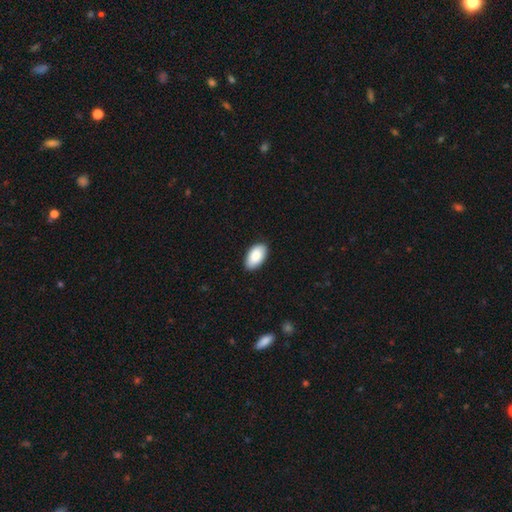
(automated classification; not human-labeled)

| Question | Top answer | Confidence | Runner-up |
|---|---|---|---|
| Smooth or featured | smooth | 88% | featured or disk (6%) |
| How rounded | in between | 96% | round (3%) |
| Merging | none | 87% | minor disturbance (10%) |